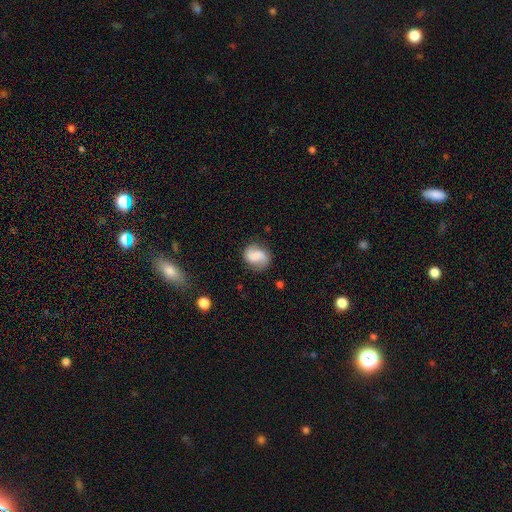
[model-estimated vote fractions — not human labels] This is possibly a smooth galaxy (53%). How rounded: possibly round (50%). Merging: likely none (68%).